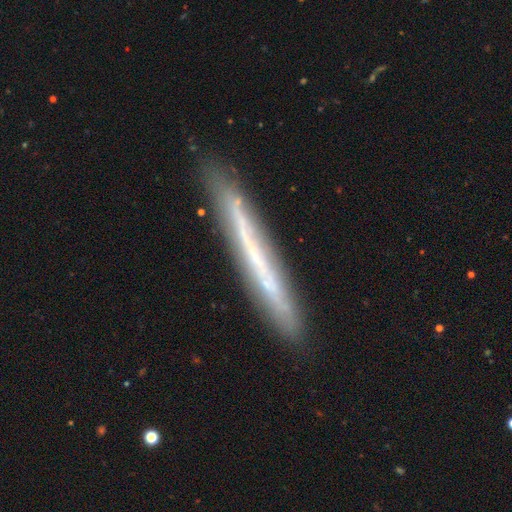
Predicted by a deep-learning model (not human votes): featured or disk 61%, smooth 32%, star or artifact 7%. Down the decision tree: edge-on disk — yes (90%); edge-on bulge — none (90%); merging — none (82%).